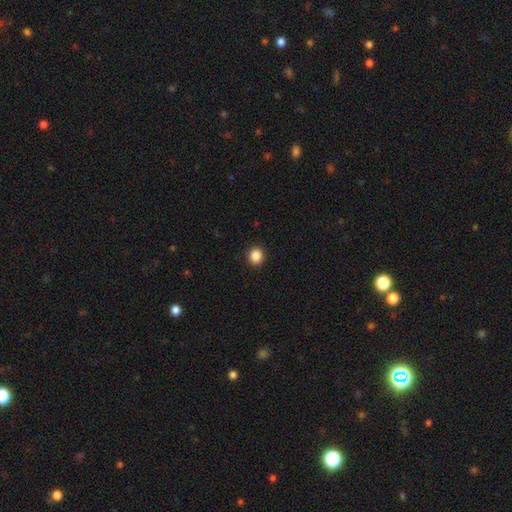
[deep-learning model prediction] The model was most divided on "how rounded": round: 84%, in between: 15%, cigar-shaped: 1%. More confident: merging — none (92%); smooth or featured — smooth (87%).